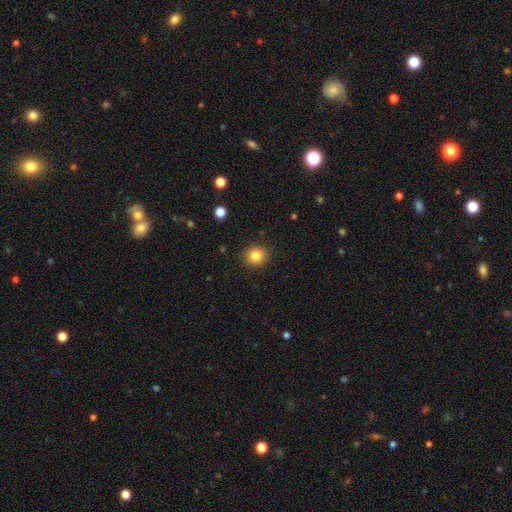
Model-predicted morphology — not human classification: This is clearly a smooth galaxy (84%). How rounded: clearly round (87%). Merging: clearly none (90%).